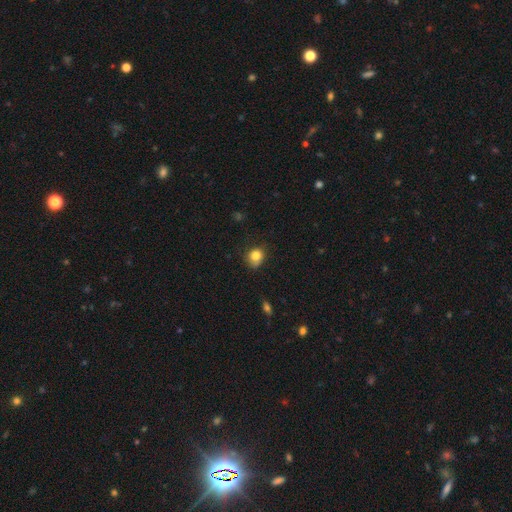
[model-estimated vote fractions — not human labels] Smooth or featured? smooth (81%)
How rounded? round (68%)
Merging? none (62%)